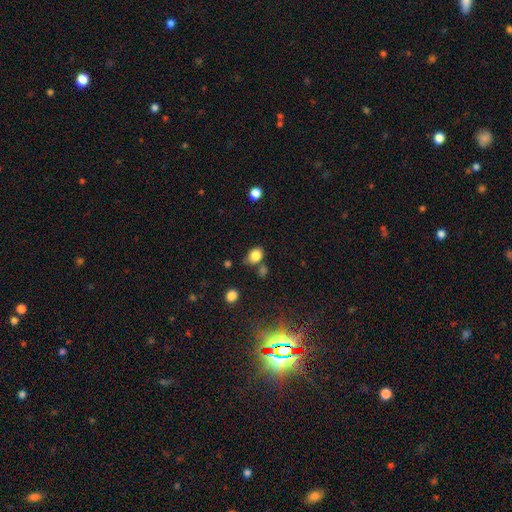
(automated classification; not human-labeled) Morphology: type=smooth (82%); roundness=in between (59%); merging=none (60%).